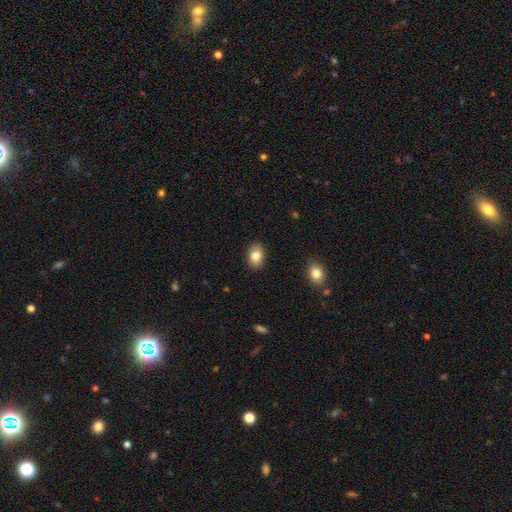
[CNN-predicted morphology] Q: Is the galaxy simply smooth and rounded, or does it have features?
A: smooth — 82%.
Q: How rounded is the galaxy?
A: in between — 81%.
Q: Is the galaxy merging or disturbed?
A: none — 89%.